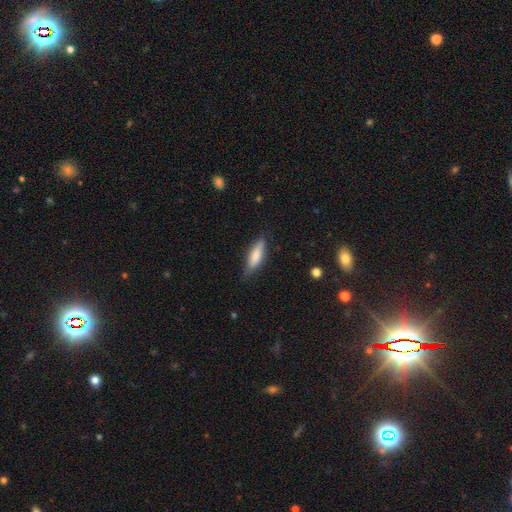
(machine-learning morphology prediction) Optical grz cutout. It shows a smooth galaxy with no disk features (76%) that is cigar-shaped (53%). Merging: none (79%).